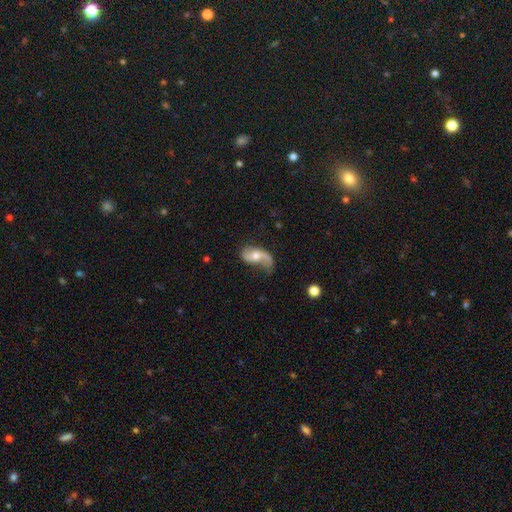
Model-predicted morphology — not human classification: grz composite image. It shows a featured or disk galaxy (69%) with no bar (57%), 2 (76%) loose (79%) spiral arms (88%) and a moderate central bulge (62%). Merging: none (46%).